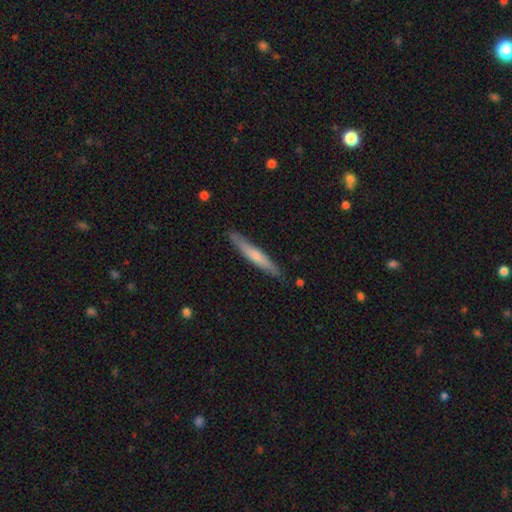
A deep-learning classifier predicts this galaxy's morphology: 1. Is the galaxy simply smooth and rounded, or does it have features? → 59% smooth, 36% featured or disk, 5% star or artifact.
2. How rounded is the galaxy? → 94% cigar-shaped, 5% in between, 1% round.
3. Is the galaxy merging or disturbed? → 85% none, 12% minor disturbance, 2% major disturbance, 2% merger.